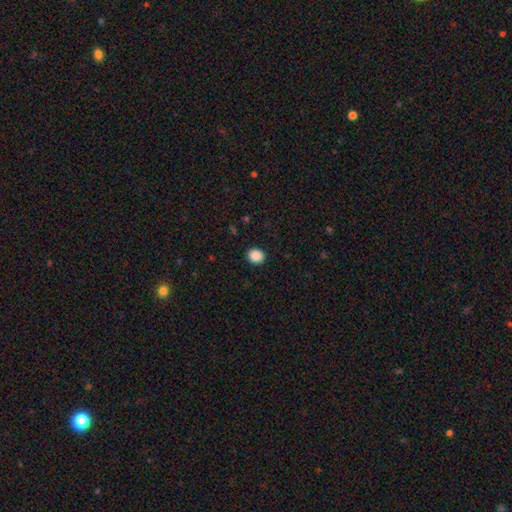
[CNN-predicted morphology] smooth-or-featured: smooth: 89% | star or artifact: 9% | featured or disk: 2%
  how-rounded: round: 77% | in between: 22% | cigar-shaped: 1%
  merging: none: 92% | minor disturbance: 6% | major disturbance: 2% | merger: 1%